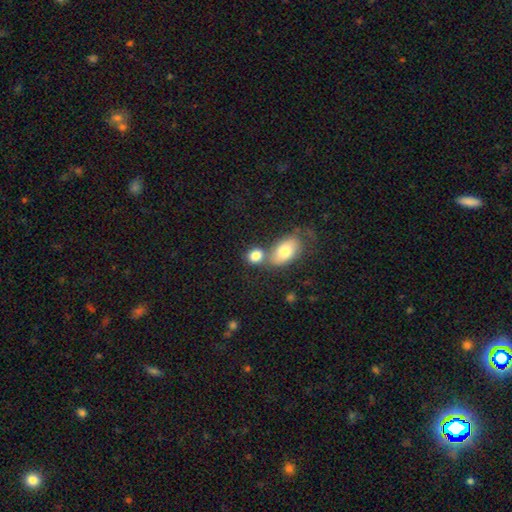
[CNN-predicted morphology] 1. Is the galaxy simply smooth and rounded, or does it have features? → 82% smooth, 9% featured or disk, 9% star or artifact.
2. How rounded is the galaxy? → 53% in between, 45% round, 2% cigar-shaped.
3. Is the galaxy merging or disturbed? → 44% none, 41% merger, 11% minor disturbance, 5% major disturbance.